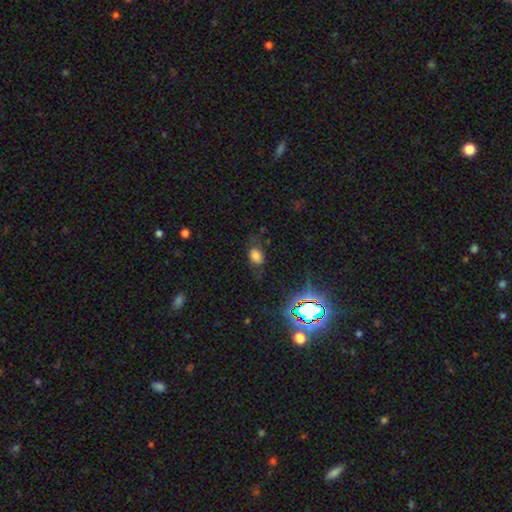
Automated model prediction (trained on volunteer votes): Smooth or featured? Predicted: smooth (p=0.69). How rounded? Predicted: in between (p=0.81). Merging? Predicted: none (p=0.61).